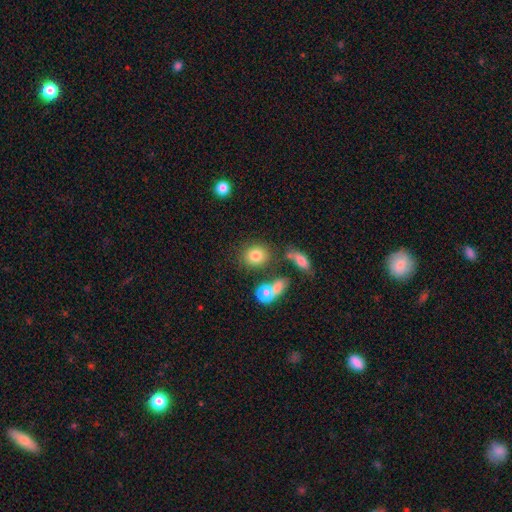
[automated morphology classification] Overall: smooth (80%). How rounded: round (66%; in between 32%). Merging: none (72%).